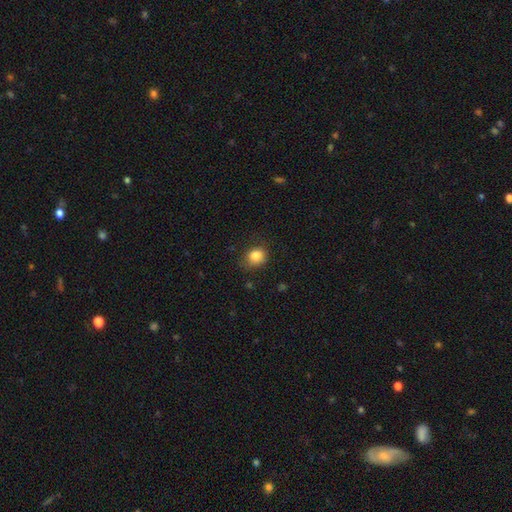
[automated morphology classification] smooth-or-featured: smooth: 84% | star or artifact: 10% | featured or disk: 6%
  how-rounded: round: 66% | in between: 33% | cigar-shaped: 1%
  merging: none: 71% | minor disturbance: 22% | major disturbance: 6% | merger: 1%